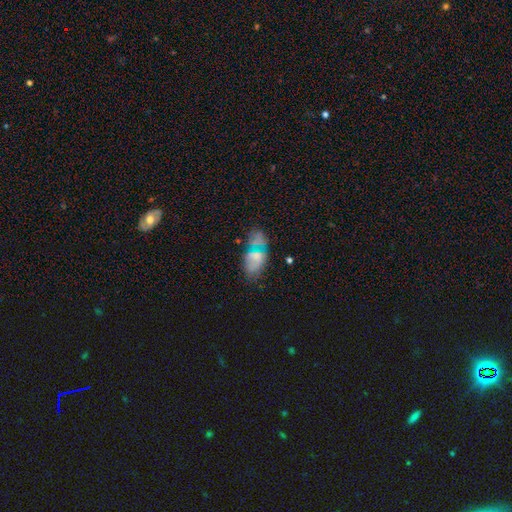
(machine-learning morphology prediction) Smooth or featured? Predicted: smooth (p=0.56). How rounded? Predicted: in between (p=0.90). Merging? Predicted: none (p=0.52).